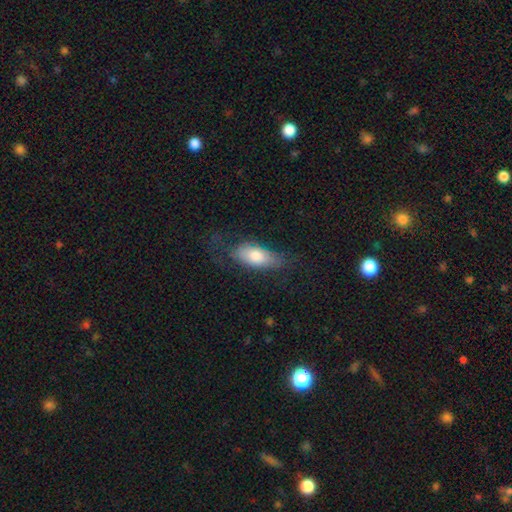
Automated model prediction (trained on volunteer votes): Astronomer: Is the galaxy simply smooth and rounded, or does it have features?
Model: smooth — 69%.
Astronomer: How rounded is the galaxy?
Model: in between — 81%.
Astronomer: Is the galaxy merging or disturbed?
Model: none — 56%.